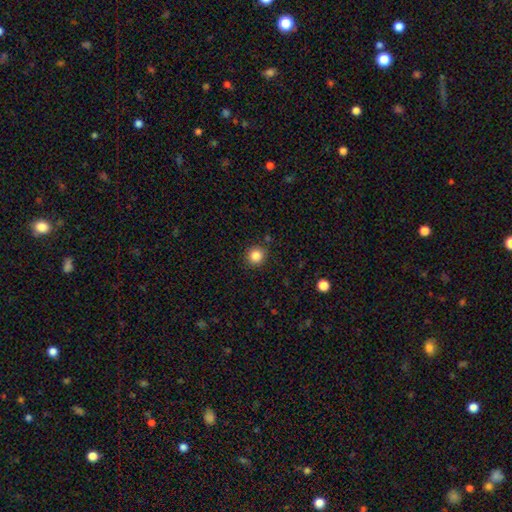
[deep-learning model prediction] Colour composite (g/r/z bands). It shows a smooth galaxy with no disk features (85%) that is round (92%). Merging: none (89%).